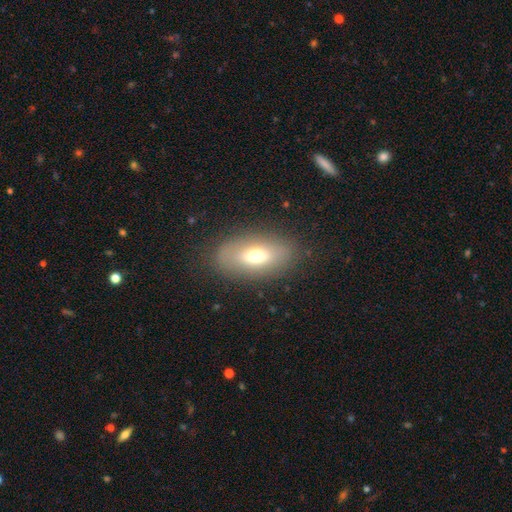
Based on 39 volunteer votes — A smooth galaxy with no disk features (59%) that is in between round and cigar-shaped (91%). Merging: none (77%).